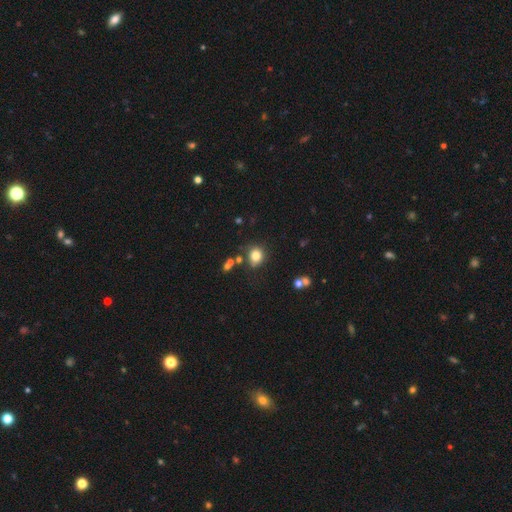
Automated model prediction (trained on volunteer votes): smooth_or_featured: smooth (p=0.80) [alt: star or artifact p=0.12]
how_rounded: round (p=0.76) [alt: in between p=0.23]
merging: none (p=0.73) [alt: minor disturbance p=0.14]